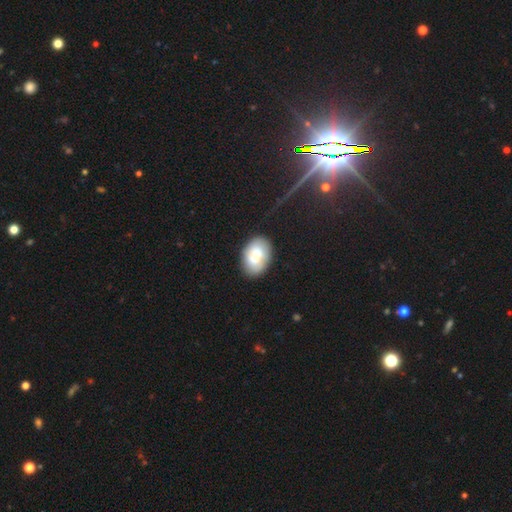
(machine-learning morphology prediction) Smooth or featured?
  - smooth: 76% *
  - featured or disk: 17%
  - star or artifact: 7%
How rounded?
  - in between: 87% *
  - round: 12%
  - cigar-shaped: 1%
Merging?
  - none: 76% *
  - minor disturbance: 17%
  - major disturbance: 4%
  - merger: 3%